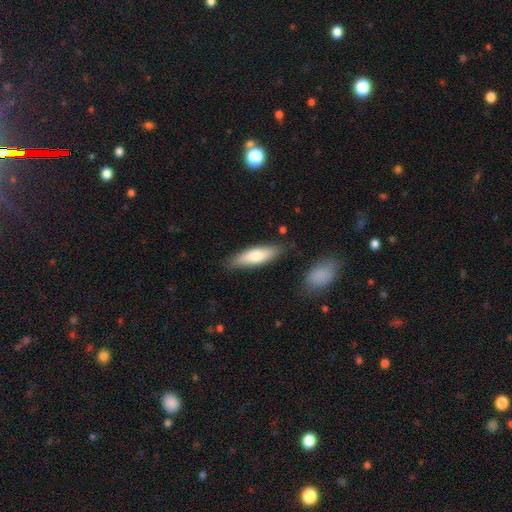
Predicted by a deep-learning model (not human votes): Morphology: type=smooth (70%); roundness=cigar-shaped (56%); merging=none (83%).